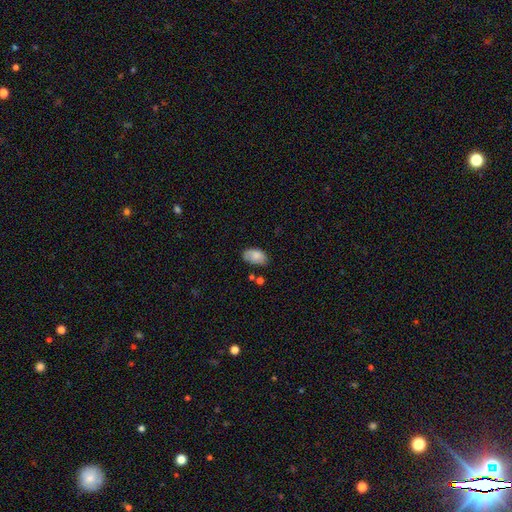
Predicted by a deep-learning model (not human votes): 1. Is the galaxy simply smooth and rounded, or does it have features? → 80% smooth, 12% featured or disk, 7% star or artifact.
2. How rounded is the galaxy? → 92% in between, 6% round, 1% cigar-shaped.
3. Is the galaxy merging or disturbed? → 61% none, 27% minor disturbance, 7% major disturbance, 5% merger.